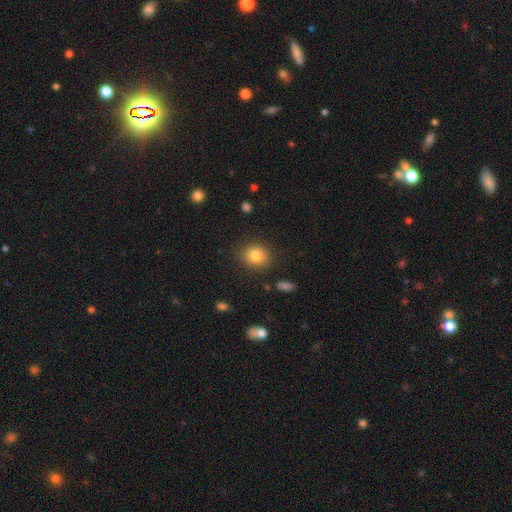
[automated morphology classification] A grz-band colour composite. It shows a smooth galaxy with no disk features (81%) that is round (76%). Merging: none (87%).